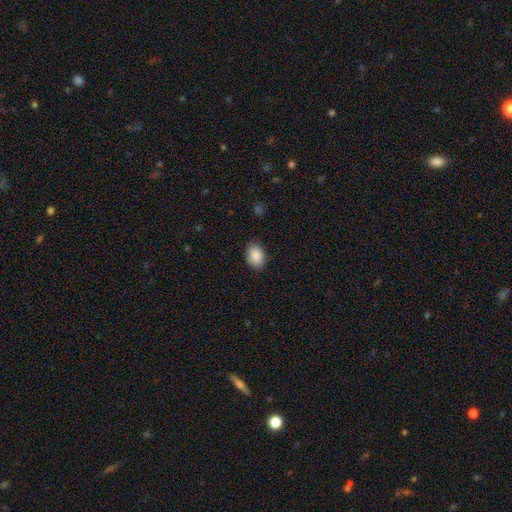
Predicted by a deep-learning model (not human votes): smooth 89%, star or artifact 7%, featured or disk 4%. Down the decision tree: how rounded — in between (80%); merging — none (86%).